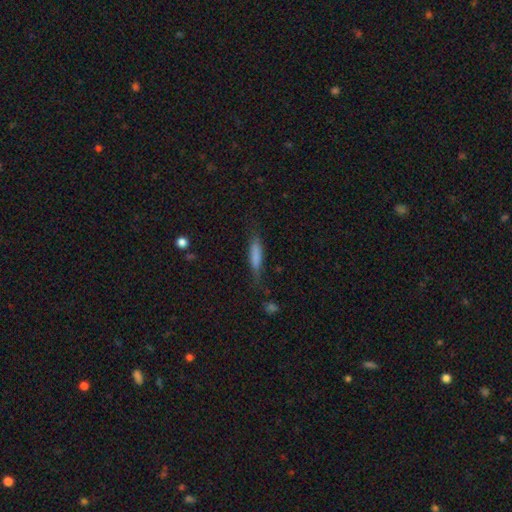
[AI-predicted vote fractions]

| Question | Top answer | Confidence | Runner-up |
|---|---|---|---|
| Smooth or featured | smooth | 75% | featured or disk (18%) |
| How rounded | cigar-shaped | 80% | in between (18%) |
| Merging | none | 72% | minor disturbance (21%) |